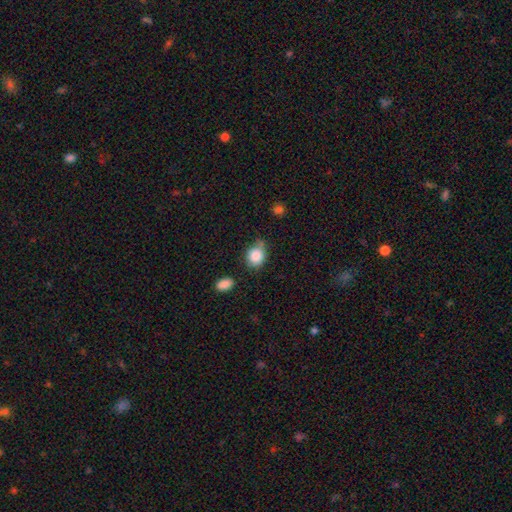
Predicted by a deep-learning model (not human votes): A smooth galaxy with no disk features (85%) that is round (69%).

Vote fractions:
- Smooth or featured? smooth: 85% / star or artifact: 9% / featured or disk: 6%
- How rounded? round: 69% / in between: 30% / cigar-shaped: 1%
- Merging? none: 59% / minor disturbance: 24% / merger: 11% / major disturbance: 6%